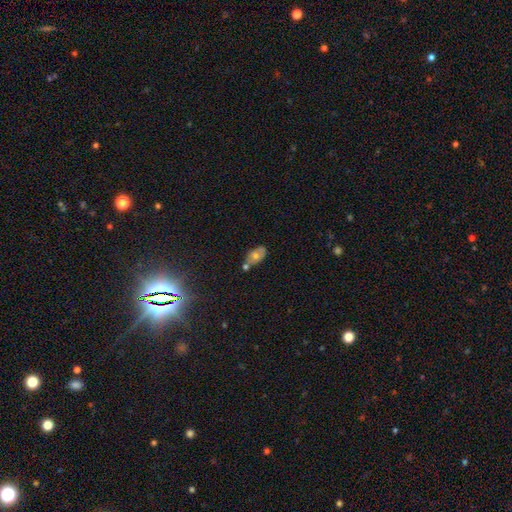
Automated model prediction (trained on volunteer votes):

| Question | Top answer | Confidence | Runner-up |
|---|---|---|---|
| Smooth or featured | smooth | 57% | featured or disk (33%) |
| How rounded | in between | 89% | round (8%) |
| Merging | none | 47% | merger (27%) |